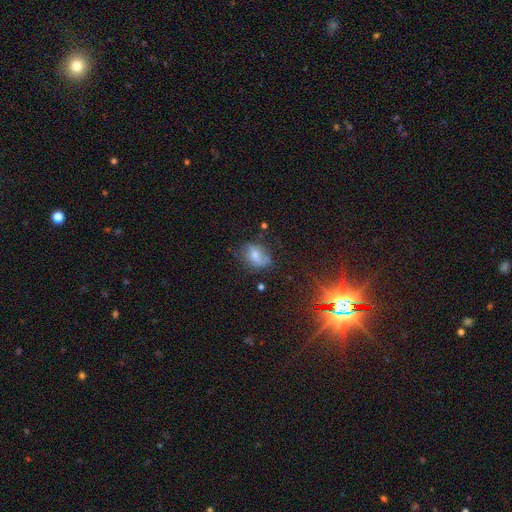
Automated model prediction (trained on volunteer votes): Morphology: type=smooth (56%); roundness=in between (74%); merging=none (54%).